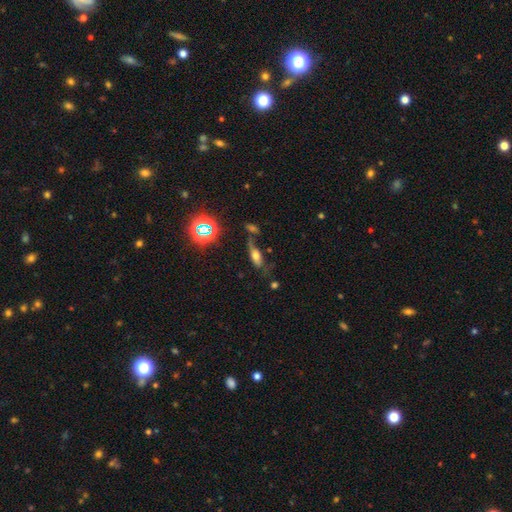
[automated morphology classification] Q: Smooth or featured?
A: smooth (53%); runner-up: featured or disk (28%)
Q: How rounded?
A: in between (68%); runner-up: cigar-shaped (26%)
Q: Merging?
A: none (50%); runner-up: minor disturbance (21%)